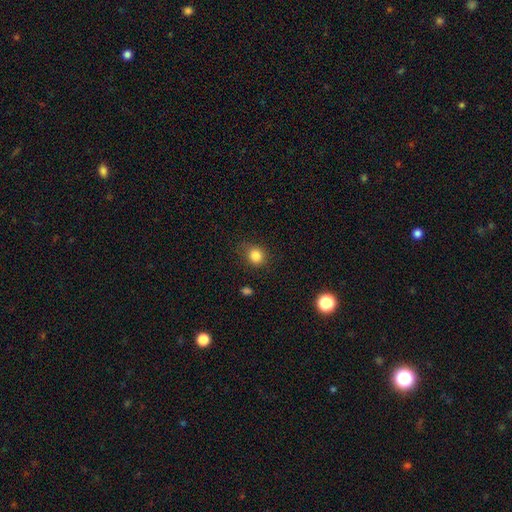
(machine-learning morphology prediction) The model was most divided on "how rounded": round: 75%, in between: 24%, cigar-shaped: 1%. More confident: smooth or featured — smooth (84%); merging — none (79%).